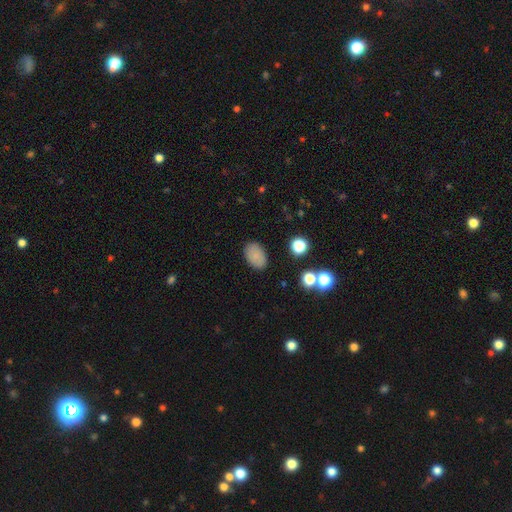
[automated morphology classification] type=smooth (83%); roundness=in between (88%); merging=none (86%).